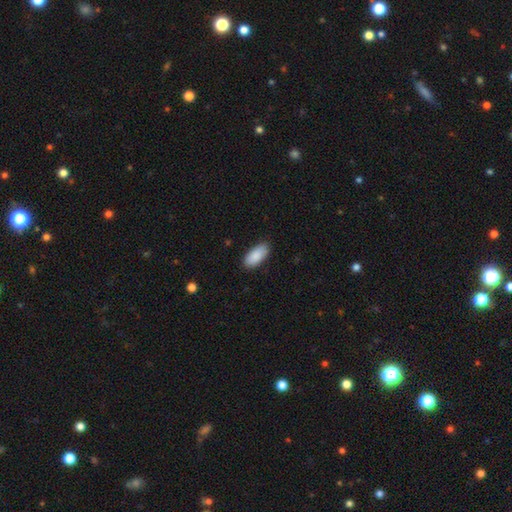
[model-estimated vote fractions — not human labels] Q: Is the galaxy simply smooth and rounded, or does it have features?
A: smooth — 90%.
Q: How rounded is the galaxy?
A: in between — 90%.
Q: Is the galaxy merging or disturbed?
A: none — 86%.